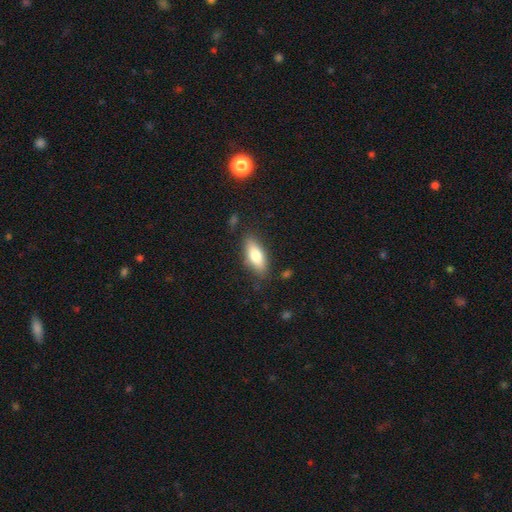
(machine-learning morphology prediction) This is likely a smooth galaxy (76%). How rounded: likely in between (76%). Merging: clearly none (80%).